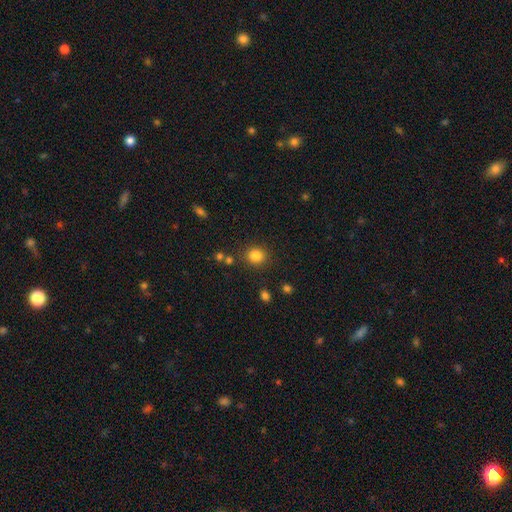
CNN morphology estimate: Smooth or featured?
  - smooth: 83% *
  - star or artifact: 12%
  - featured or disk: 5%
How rounded?
  - round: 82% *
  - in between: 17%
  - cigar-shaped: 1%
Merging?
  - none: 85% *
  - minor disturbance: 8%
  - merger: 3%
  - major disturbance: 3%